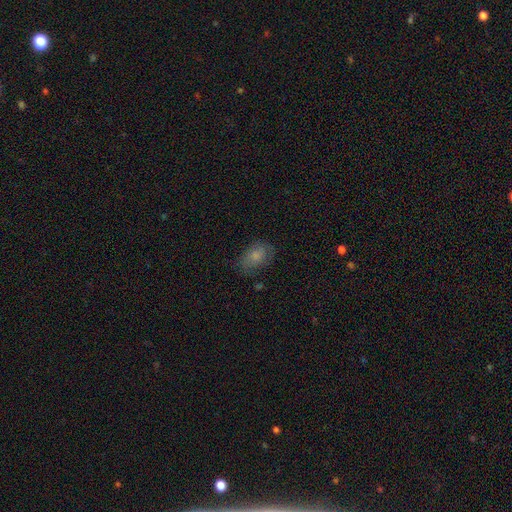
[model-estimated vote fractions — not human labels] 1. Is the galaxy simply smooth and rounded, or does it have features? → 74% smooth, 16% featured or disk, 10% star or artifact.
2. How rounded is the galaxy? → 85% in between, 13% round, 2% cigar-shaped.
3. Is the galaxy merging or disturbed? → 69% none, 22% minor disturbance, 8% major disturbance, 2% merger.